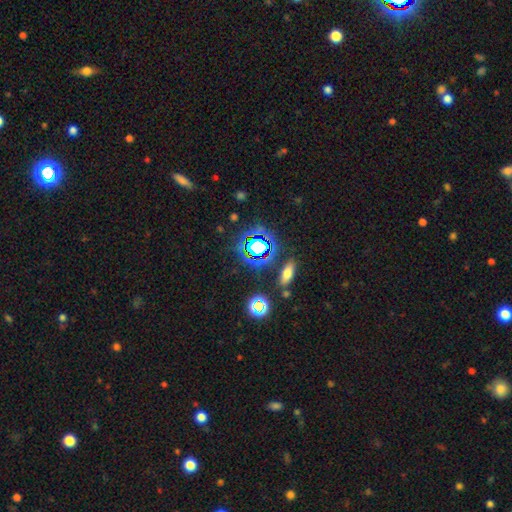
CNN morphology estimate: This is possibly a star or artifact rather than a galaxy (59%).